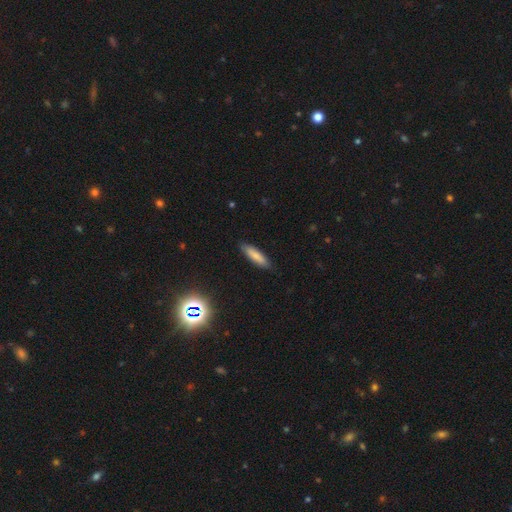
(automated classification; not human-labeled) smooth 81%, featured or disk 11%, star or artifact 8%. Down the decision tree: how rounded — cigar-shaped (70%); merging — none (88%).